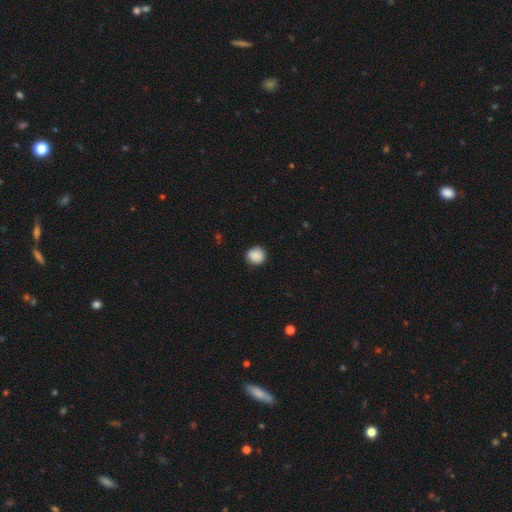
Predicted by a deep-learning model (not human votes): This is clearly a smooth galaxy (89%). How rounded: clearly round (87%). Merging: clearly none (87%).